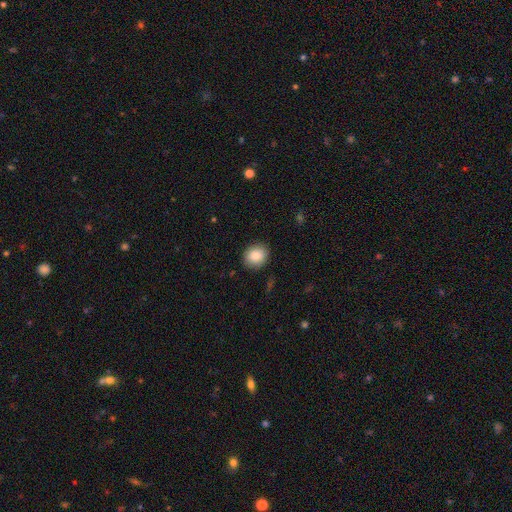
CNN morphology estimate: This appears to be a smooth galaxy with no disk features (86%) that is round (68%). Merging: none (88%).